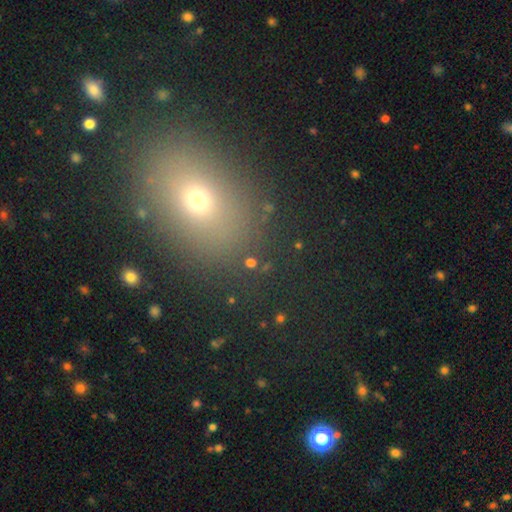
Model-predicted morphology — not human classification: Smooth or featured? smooth (64%)
How rounded? in between (66%)
Merging? none (86%)